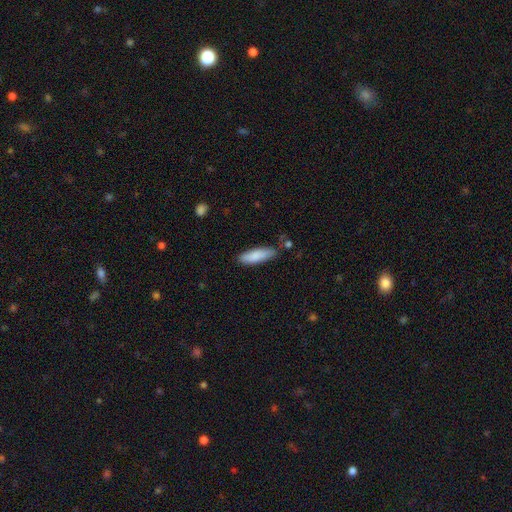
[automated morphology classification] Overall: smooth (84%). How rounded: cigar-shaped (56%; in between 43%). Merging: none (79%).